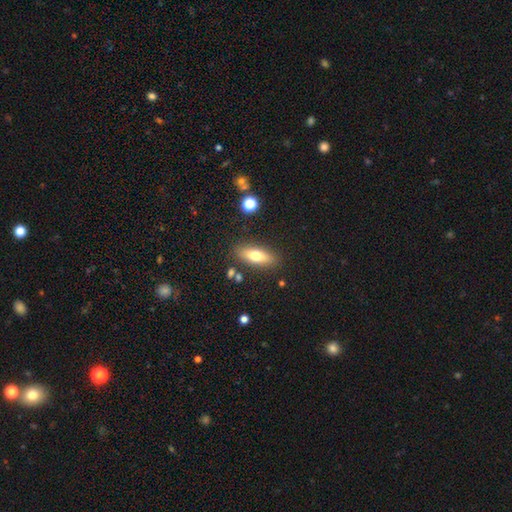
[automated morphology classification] type=smooth (67%); roundness=in between (61%); merging=none (83%).